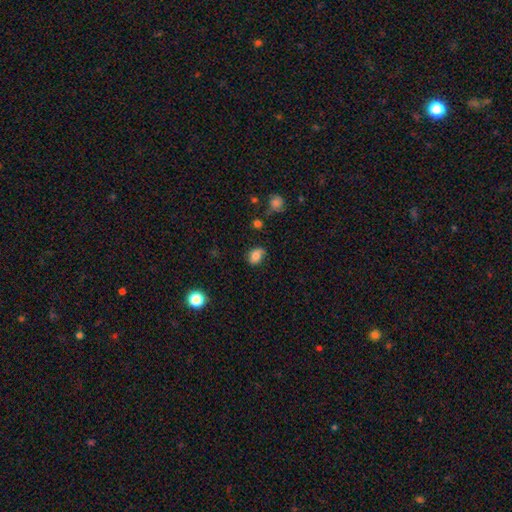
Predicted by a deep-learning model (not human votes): A smooth galaxy with no disk features (79%) that is in between round and cigar-shaped (70%). Merging: none (67%).